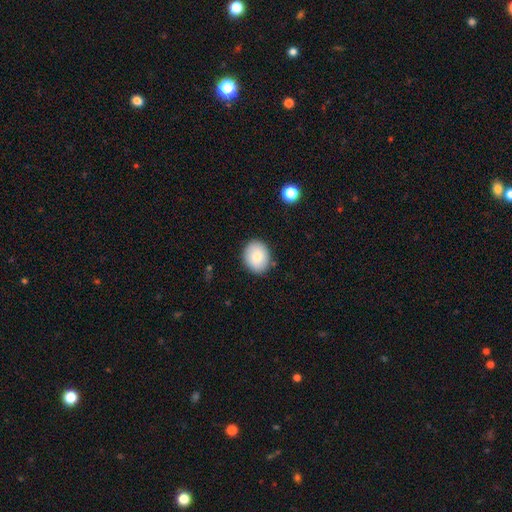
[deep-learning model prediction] A smooth galaxy with no disk features (83%) that is round (59%).

Vote fractions:
- Smooth or featured? smooth: 83% / featured or disk: 10% / star or artifact: 7%
- How rounded? round: 59% / in between: 40% / cigar-shaped: 1%
- Merging? none: 86% / minor disturbance: 10% / major disturbance: 2% / merger: 1%